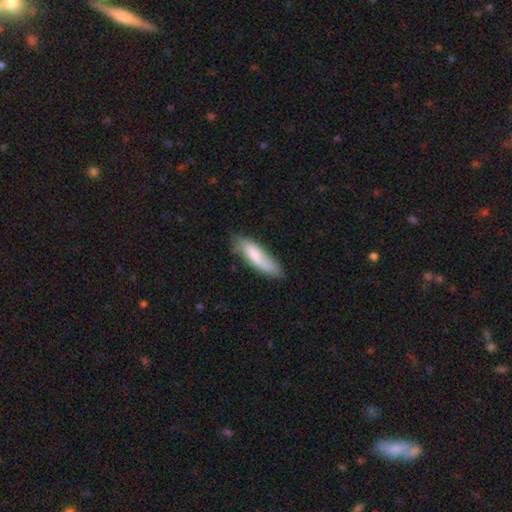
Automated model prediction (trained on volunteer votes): This appears to be a smooth galaxy with no disk features (74%) that is cigar-shaped (57%). Merging: none (64%).